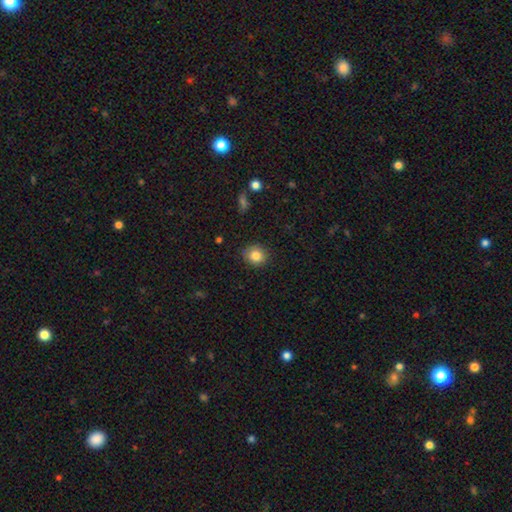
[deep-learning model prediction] Q: Smooth or featured?
A: smooth (84%); runner-up: star or artifact (10%)
Q: How rounded?
A: round (85%); runner-up: in between (14%)
Q: Merging?
A: none (88%); runner-up: minor disturbance (9%)